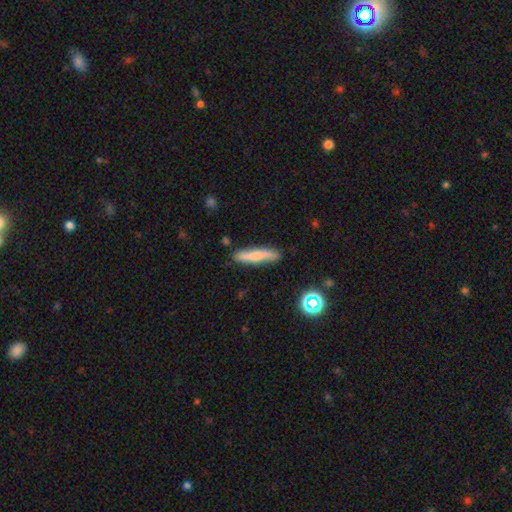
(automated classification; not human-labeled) smooth_or_featured: smooth (p=0.65) [alt: featured or disk p=0.28]
how_rounded: cigar-shaped (p=0.87) [alt: in between p=0.11]
merging: none (p=0.80) [alt: minor disturbance p=0.14]